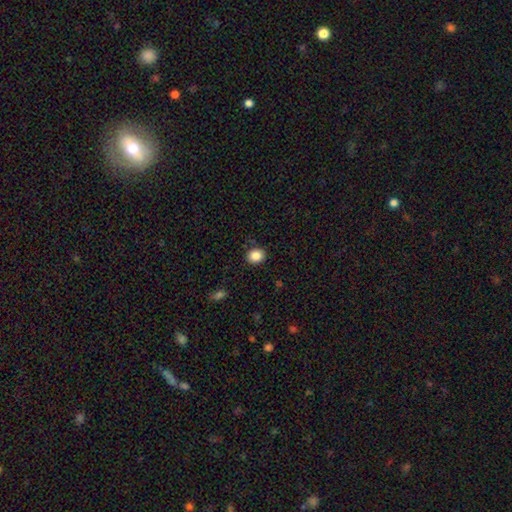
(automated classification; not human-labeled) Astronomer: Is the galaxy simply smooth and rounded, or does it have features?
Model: smooth — 86%.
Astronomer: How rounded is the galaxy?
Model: round — 66%.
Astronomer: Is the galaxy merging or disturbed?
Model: none — 87%.